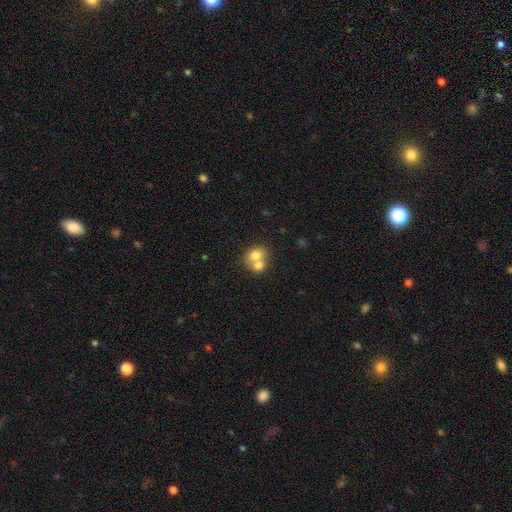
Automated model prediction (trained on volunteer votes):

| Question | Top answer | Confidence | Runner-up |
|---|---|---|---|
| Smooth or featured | smooth | 72% | featured or disk (19%) |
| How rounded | round | 64% | in between (35%) |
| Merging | merger | 67% | none (25%) |